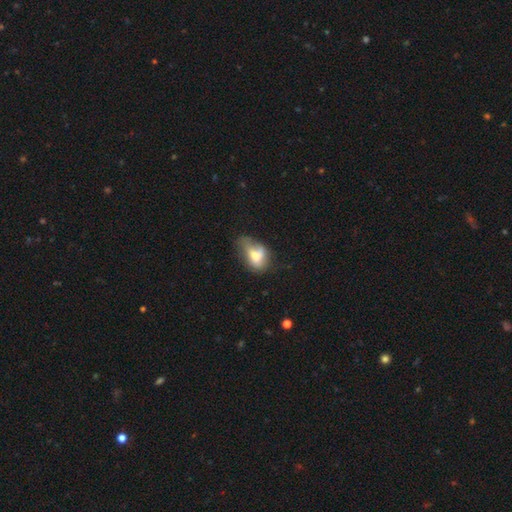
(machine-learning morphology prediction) Q: Smooth or featured?
A: smooth (62%); runner-up: featured or disk (29%)
Q: How rounded?
A: in between (84%); runner-up: round (14%)
Q: Merging?
A: minor disturbance (35%); runner-up: major disturbance (30%)